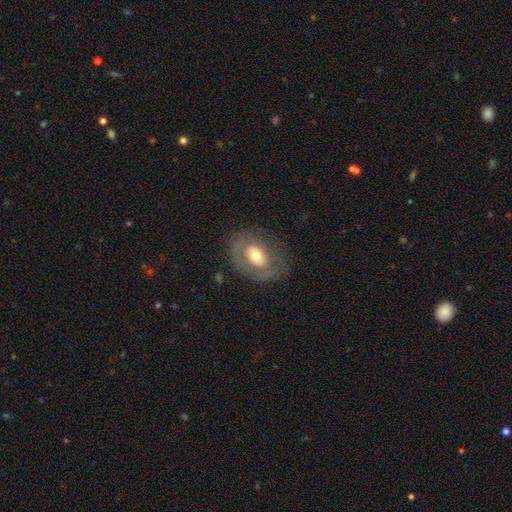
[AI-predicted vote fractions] Smooth or featured?
  - featured or disk: 47% *
  - smooth: 45%
  - star or artifact: 8%
Merging?
  - none: 69% *
  - minor disturbance: 19%
  - major disturbance: 11%
  - merger: 1%